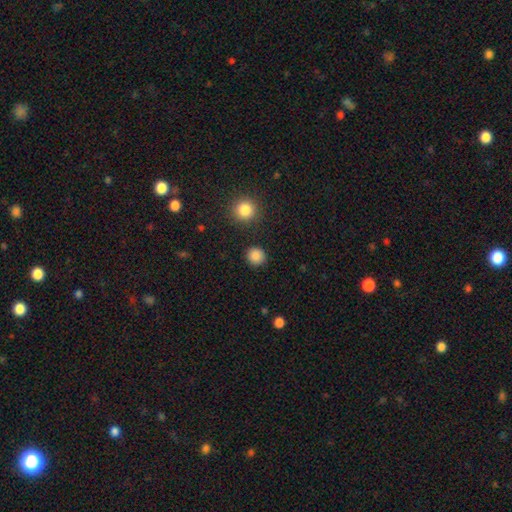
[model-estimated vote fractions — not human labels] This appears to be a smooth galaxy with no disk features (86%) that is round (90%). Merging: none (90%).